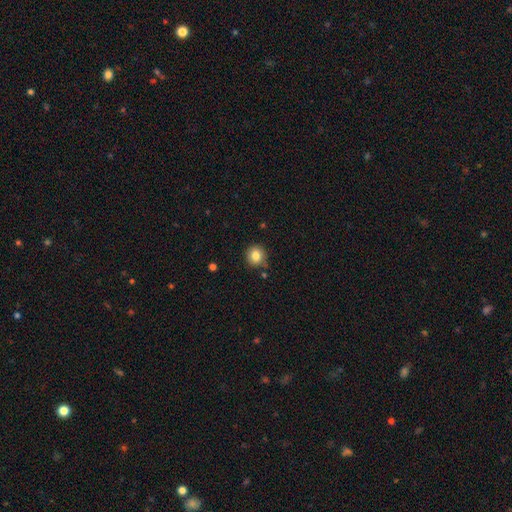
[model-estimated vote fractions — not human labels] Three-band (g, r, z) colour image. It shows a smooth galaxy with no disk features (83%) that is round (89%). Merging: none (82%).